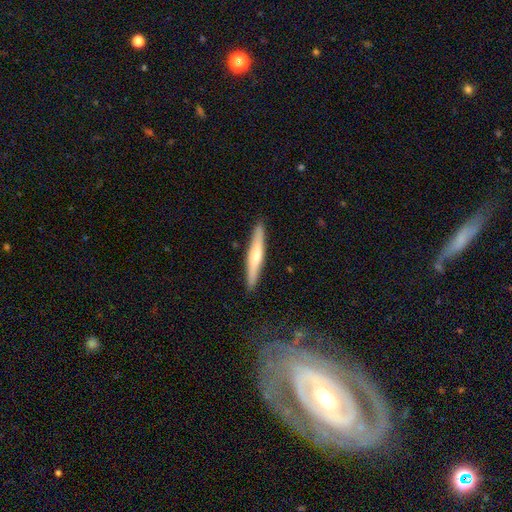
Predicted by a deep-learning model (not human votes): This is possibly a smooth galaxy (50%). Merging: clearly none (89%).